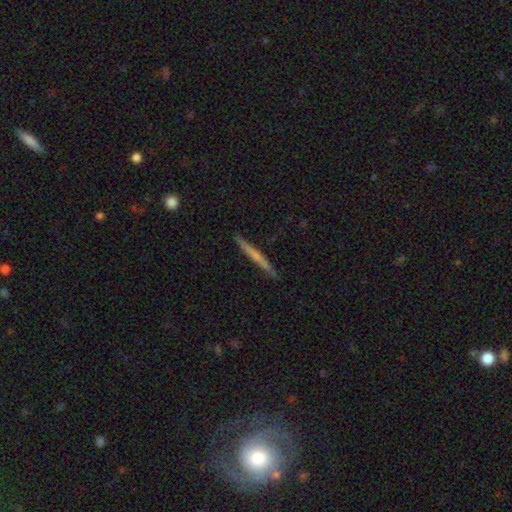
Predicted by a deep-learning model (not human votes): Q: Smooth or featured?
A: smooth (48%); runner-up: featured or disk (46%)
Q: Merging?
A: none (89%); runner-up: minor disturbance (8%)